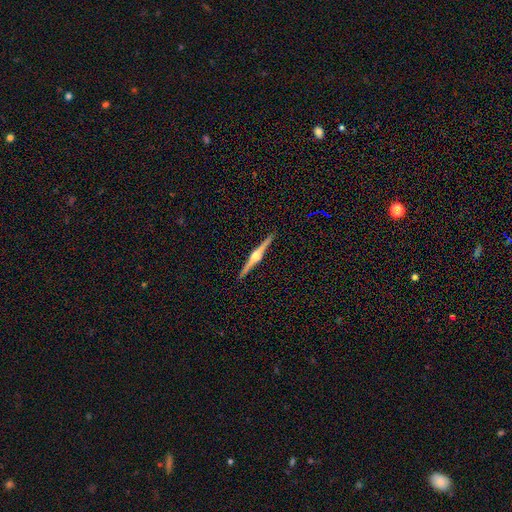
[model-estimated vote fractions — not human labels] featured or disk 87%, smooth 8%, star or artifact 5%. Down the decision tree: edge-on disk — yes (99%); edge-on bulge — rounded (94%); merging — none (93%).